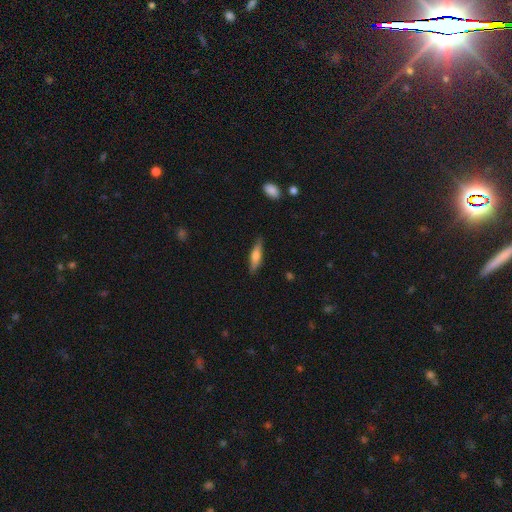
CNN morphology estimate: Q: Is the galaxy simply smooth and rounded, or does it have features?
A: smooth — 61%.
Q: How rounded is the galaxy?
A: cigar-shaped — 71%.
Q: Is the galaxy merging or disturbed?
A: none — 84%.